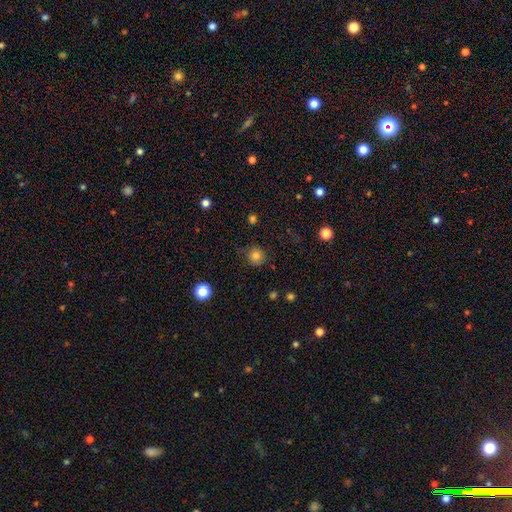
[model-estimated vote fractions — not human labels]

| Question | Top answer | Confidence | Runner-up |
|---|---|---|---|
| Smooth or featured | smooth | 81% | star or artifact (13%) |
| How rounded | round | 92% | in between (7%) |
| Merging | none | 82% | minor disturbance (13%) |